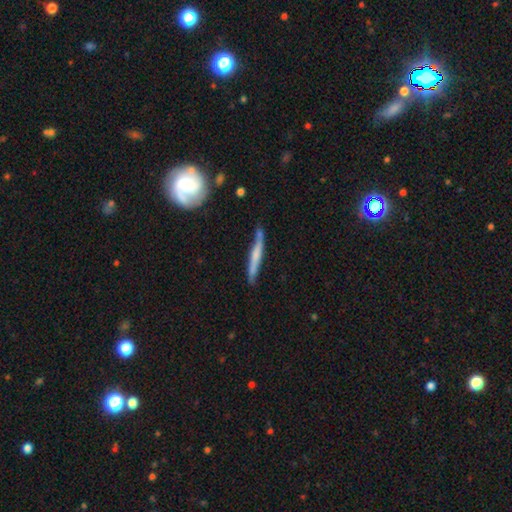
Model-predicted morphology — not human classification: Smooth or featured? featured or disk (55%)
Edge-on disk? yes (90%)
Merging? none (72%)